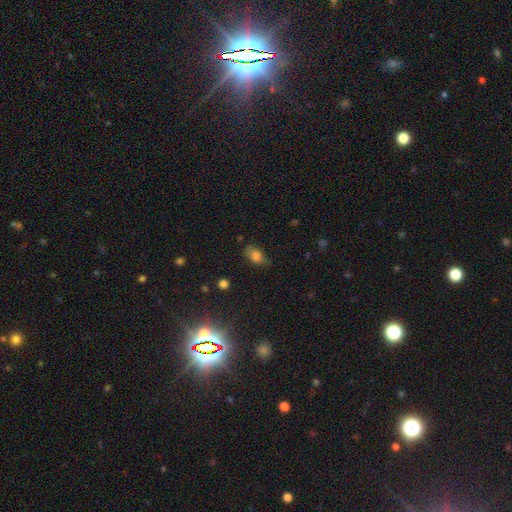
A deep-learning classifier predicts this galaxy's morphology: Smooth or featured? Predicted: smooth (p=0.78). How rounded? Predicted: in between (p=0.83). Merging? Predicted: none (p=0.60).